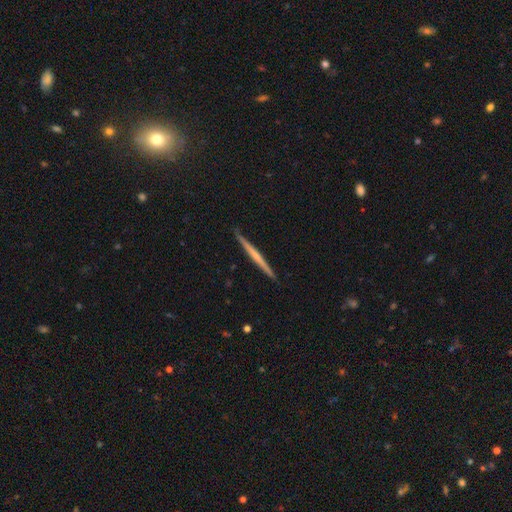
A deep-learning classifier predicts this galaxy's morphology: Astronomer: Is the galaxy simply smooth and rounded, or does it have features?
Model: featured or disk — 58% (runner-up: smooth, 37%).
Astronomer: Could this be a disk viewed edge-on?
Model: yes — 98%.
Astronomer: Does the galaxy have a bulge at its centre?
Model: none — 74%.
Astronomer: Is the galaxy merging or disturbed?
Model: none — 92%.